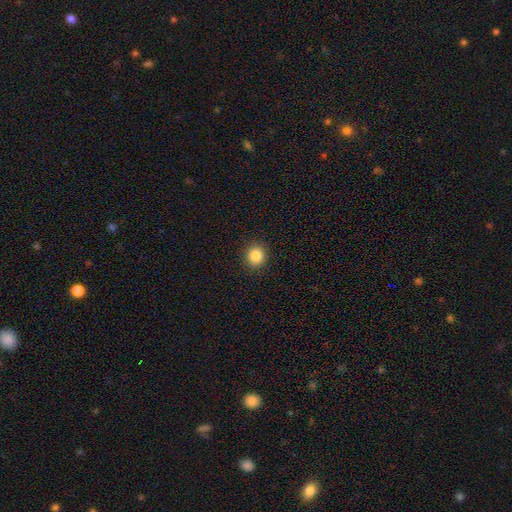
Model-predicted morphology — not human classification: Q: Smooth or featured?
A: smooth (85%); runner-up: star or artifact (10%)
Q: How rounded?
A: round (89%); runner-up: in between (10%)
Q: Merging?
A: none (92%); runner-up: minor disturbance (6%)